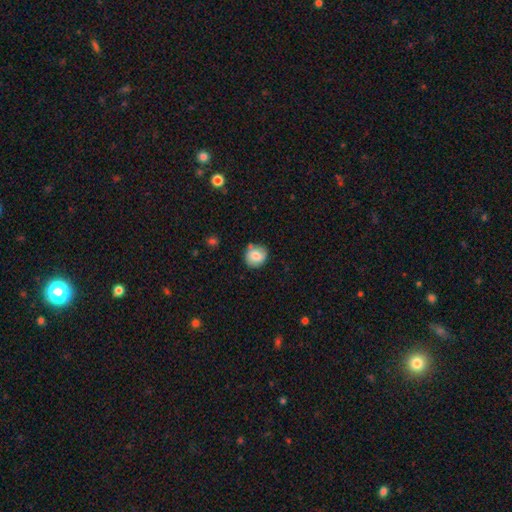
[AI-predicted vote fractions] The model was most divided on "merging": none: 77%, minor disturbance: 16%, merger: 4%, major disturbance: 3%. More confident: how rounded — round (84%); smooth or featured — smooth (79%).